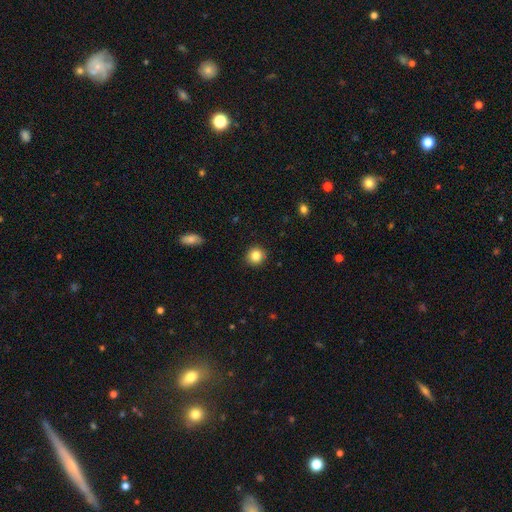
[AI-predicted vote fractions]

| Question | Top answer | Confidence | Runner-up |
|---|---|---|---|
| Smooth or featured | smooth | 84% | star or artifact (10%) |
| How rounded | round | 91% | in between (8%) |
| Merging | none | 91% | minor disturbance (6%) |